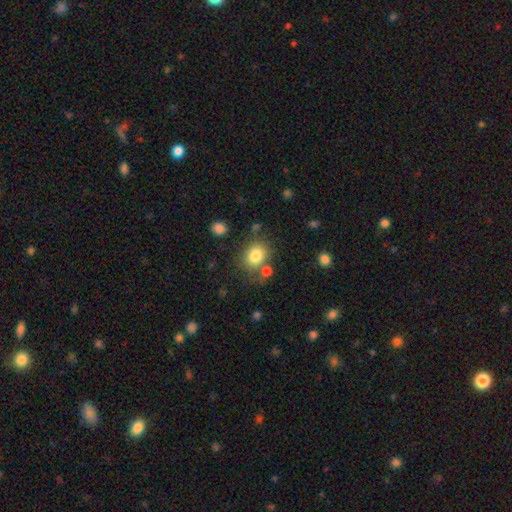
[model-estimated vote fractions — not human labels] The model was most divided on "how rounded": round: 56%, in between: 43%, cigar-shaped: 1%. More confident: smooth or featured — smooth (81%); merging — none (69%).